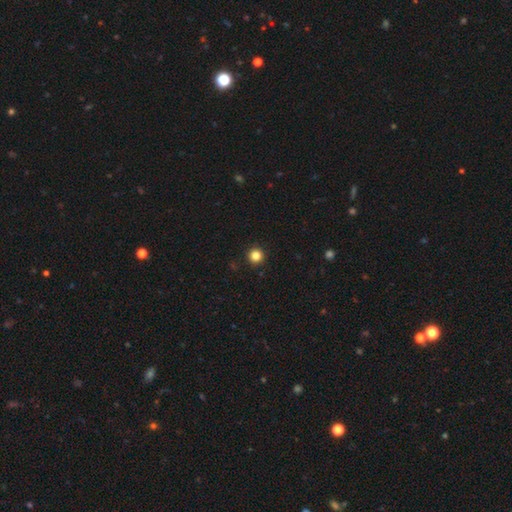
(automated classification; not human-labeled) This is clearly a smooth galaxy (84%). How rounded: clearly round (96%). Merging: clearly none (94%).